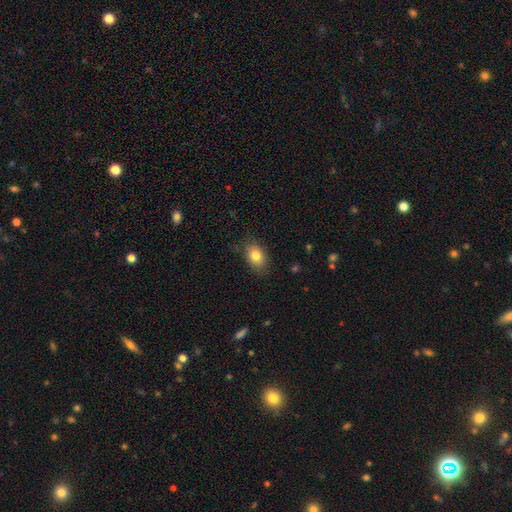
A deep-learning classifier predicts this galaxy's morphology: The model was most divided on "how rounded": in between: 78%, round: 21%, cigar-shaped: 1%. More confident: smooth or featured — smooth (81%); merging — none (79%).